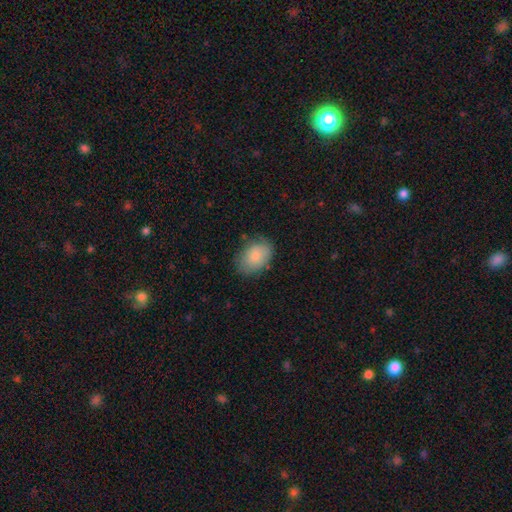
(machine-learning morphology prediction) Smooth or featured?
  - smooth: 81% *
  - featured or disk: 12%
  - star or artifact: 7%
How rounded?
  - in between: 82% *
  - round: 17%
  - cigar-shaped: 1%
Merging?
  - none: 75% *
  - minor disturbance: 19%
  - major disturbance: 5%
  - merger: 1%